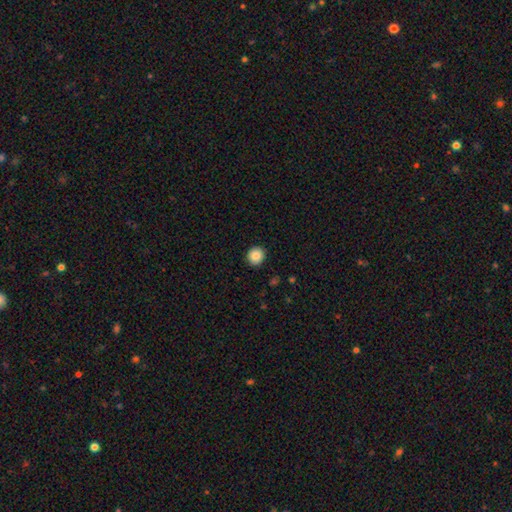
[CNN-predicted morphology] The model was most divided on "smooth or featured": smooth: 87%, star or artifact: 9%, featured or disk: 4%. More confident: merging — none (91%); how rounded — round (90%).